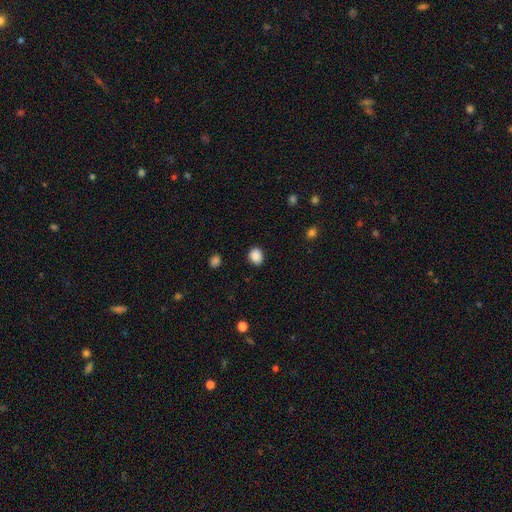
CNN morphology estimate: smooth 88%, star or artifact 9%, featured or disk 3%. Down the decision tree: how rounded — round (61%); merging — none (87%).